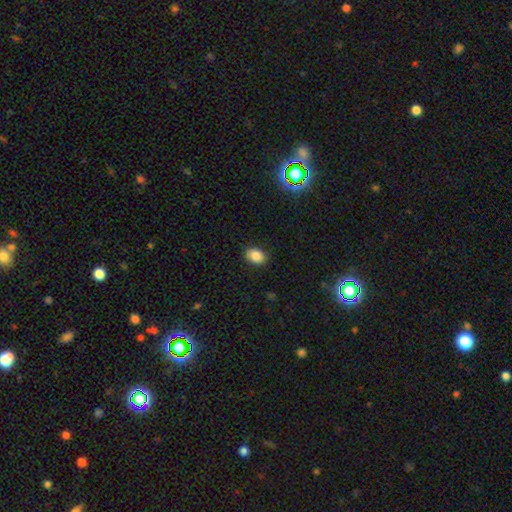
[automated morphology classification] Q: Smooth or featured?
A: smooth (85%); runner-up: star or artifact (10%)
Q: How rounded?
A: in between (74%); runner-up: round (25%)
Q: Merging?
A: none (88%); runner-up: minor disturbance (9%)